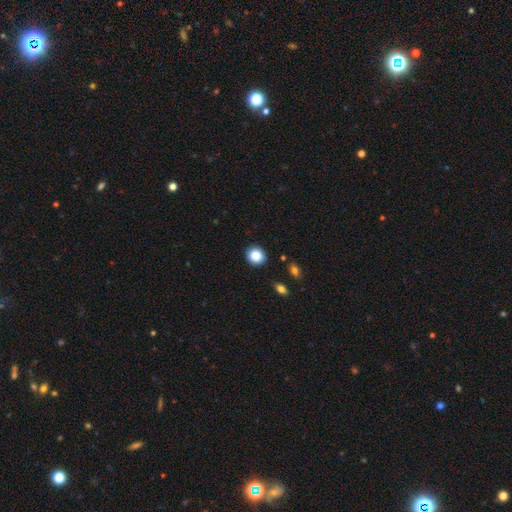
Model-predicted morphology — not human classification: The model was most divided on "how rounded": round: 85%, in between: 14%, cigar-shaped: 1%. More confident: merging — none (90%); smooth or featured — smooth (87%).